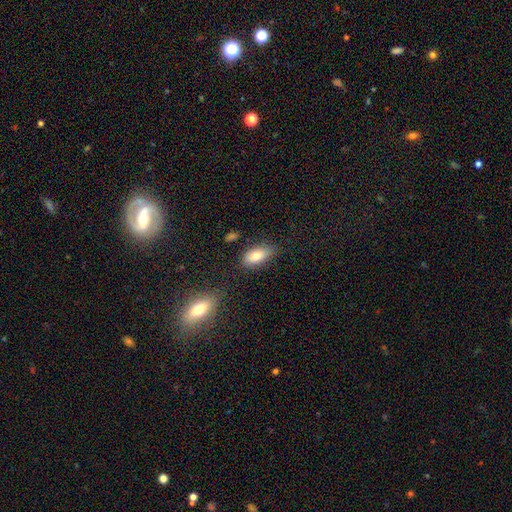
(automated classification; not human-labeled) Smooth or featured?
  - smooth: 78% *
  - featured or disk: 14%
  - star or artifact: 8%
How rounded?
  - in between: 88% *
  - cigar-shaped: 8%
  - round: 4%
Merging?
  - none: 77% *
  - minor disturbance: 16%
  - major disturbance: 4%
  - merger: 3%